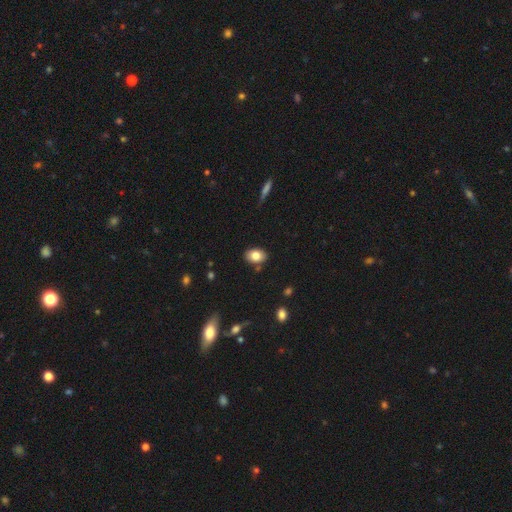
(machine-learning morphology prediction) smooth-or-featured: smooth: 82% | featured or disk: 10% | star or artifact: 8%
  how-rounded: in between: 83% | round: 16% | cigar-shaped: 1%
  merging: none: 86% | minor disturbance: 10% | merger: 3% | major disturbance: 2%